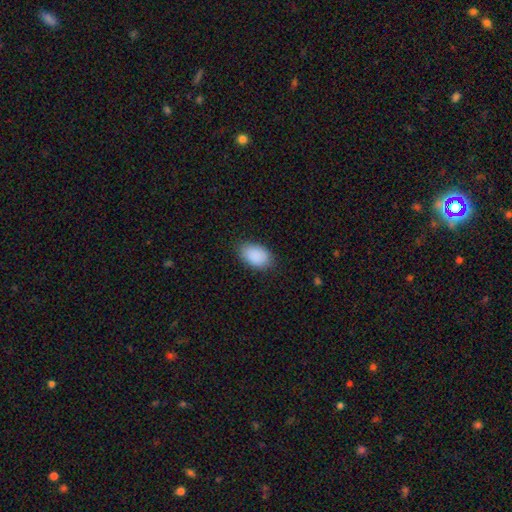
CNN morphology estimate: smooth 90%, star or artifact 7%, featured or disk 3%. Down the decision tree: how rounded — in between (92%); merging — none (84%).